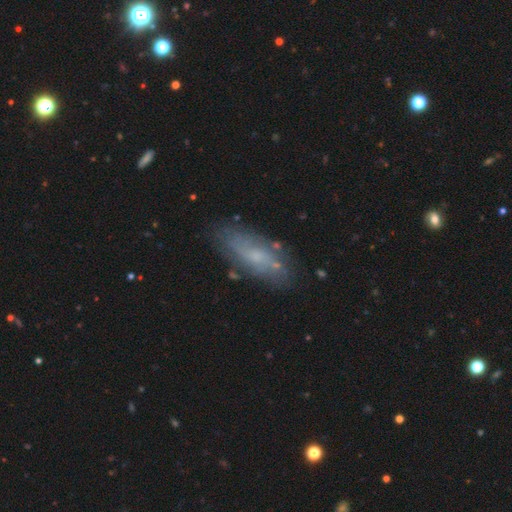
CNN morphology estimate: The model was most divided on "smooth or featured": featured or disk: 49%, smooth: 43%, star or artifact: 8%. More confident: merging — none (74%).